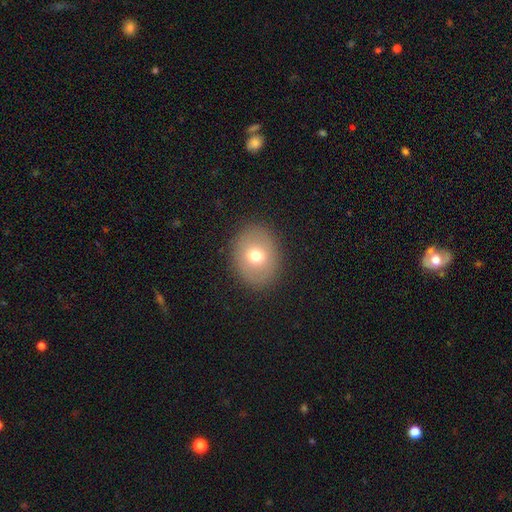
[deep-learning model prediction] Smooth or featured? Predicted: smooth (p=0.69). How rounded? Predicted: round (p=0.55). Merging? Predicted: none (p=0.88).